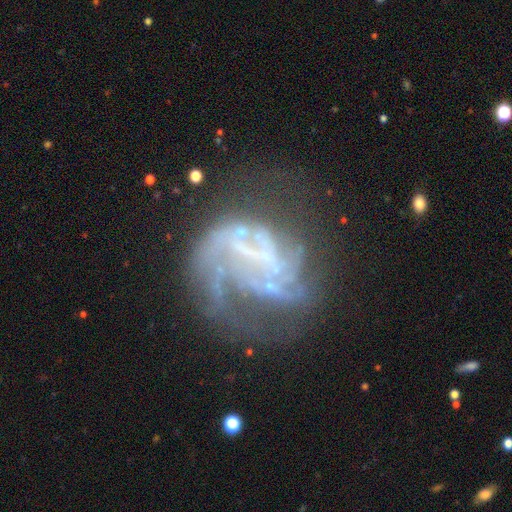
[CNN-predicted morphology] Smooth or featured?
  - featured or disk: 74% *
  - star or artifact: 15%
  - smooth: 12%
Edge-on disk?
  - no: 98% *
  - yes: 2%
Bar?
  - no: 55% *
  - weak: 28%
  - strong: 17%
Spiral arms?
  - yes: 61% *
  - no: 39%
Bulge size?
  - none: 66% *
  - small: 21%
  - moderate: 9%
  - large: 3%
  - dominant: 1%
Merging?
  - major disturbance: 41% *
  - none: 36%
  - minor disturbance: 16%
  - merger: 6%